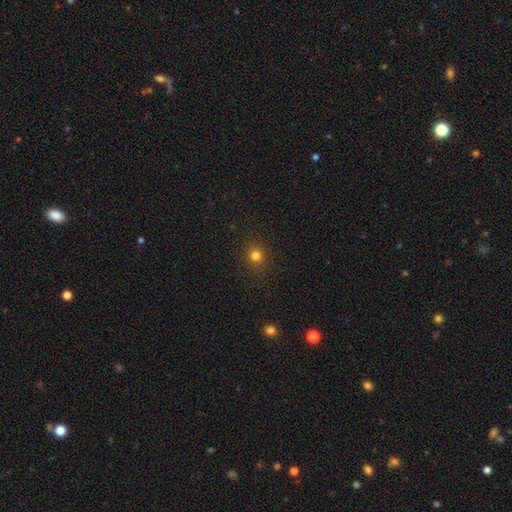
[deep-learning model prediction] smooth 78%, star or artifact 16%, featured or disk 5%. Down the decision tree: how rounded — round (91%); merging — none (90%).